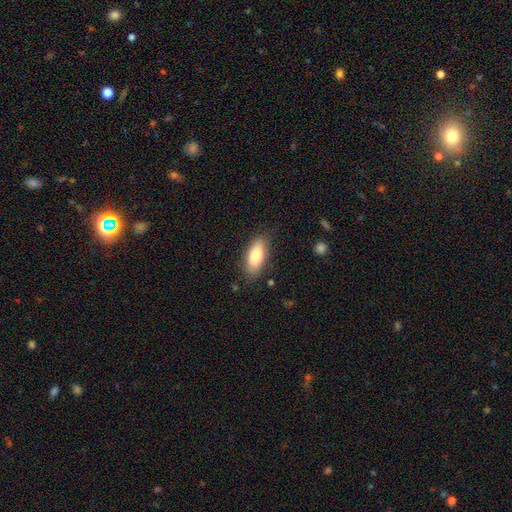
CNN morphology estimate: Overall: smooth (81%). How rounded: in between (83%). Merging: none (80%).